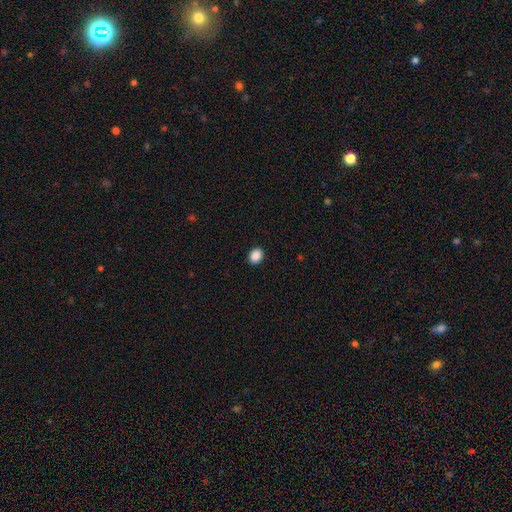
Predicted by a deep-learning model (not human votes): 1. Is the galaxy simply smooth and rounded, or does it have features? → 89% smooth, 8% star or artifact, 2% featured or disk.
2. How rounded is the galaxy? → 61% in between, 38% round, 1% cigar-shaped.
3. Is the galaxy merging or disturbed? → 91% none, 6% minor disturbance, 2% major disturbance, 1% merger.